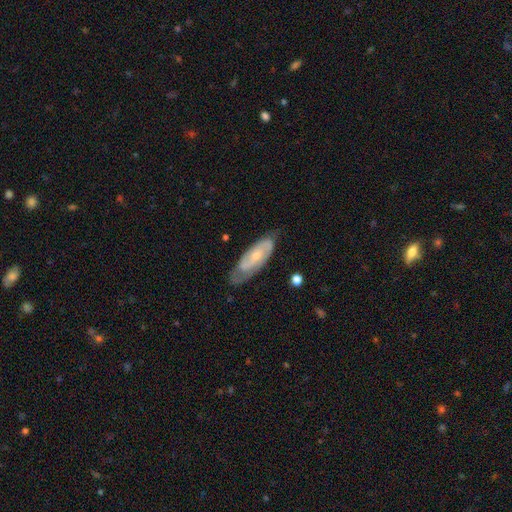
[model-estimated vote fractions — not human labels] The model was most divided on "spiral winding": tight: 52%, medium: 37%, loose: 11%. More confident: spiral arms — yes (88%); edge-on disk — no (88%); smooth or featured — featured or disk (73%); merging — none (72%); spiral arm count — 2 (68%); bulge size — small (59%); bar — no (56%).